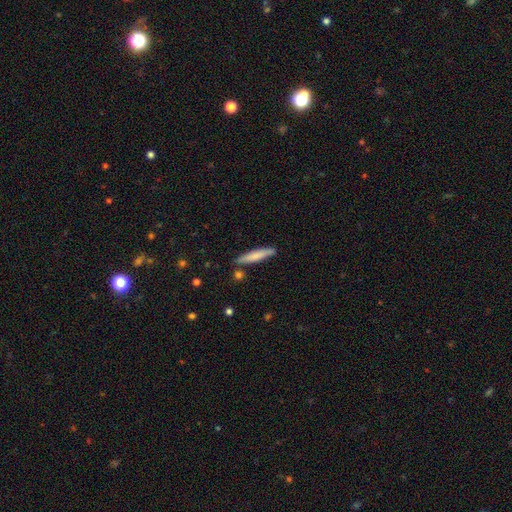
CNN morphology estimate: smooth_or_featured: smooth (p=0.72) [alt: featured or disk p=0.22]
how_rounded: cigar-shaped (p=0.91) [alt: in between p=0.08]
merging: none (p=0.83) [alt: minor disturbance p=0.12]